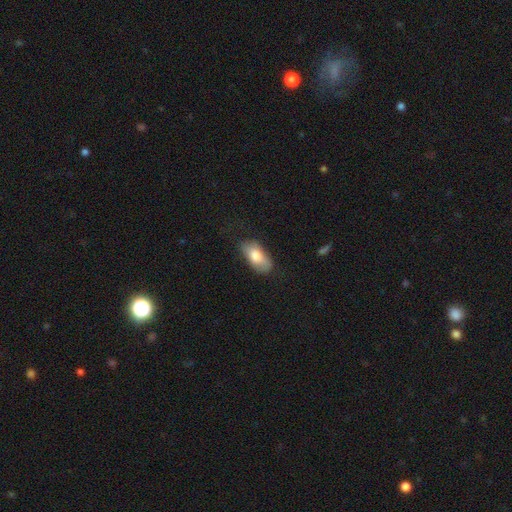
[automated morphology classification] Smooth or featured: smooth — 76% (featured or disk — 18%)
How rounded: in between — 91% (cigar-shaped — 6%)
Merging: none — 66% (minor disturbance — 25%)